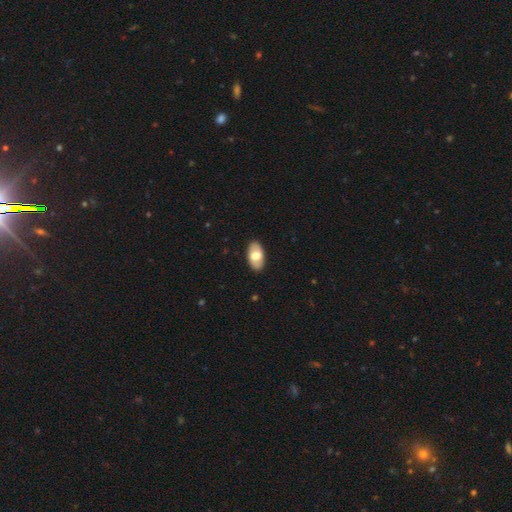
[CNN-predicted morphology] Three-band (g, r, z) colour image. It shows a smooth galaxy with no disk features (66%) that is in between round and cigar-shaped (94%). Merging: none (89%).